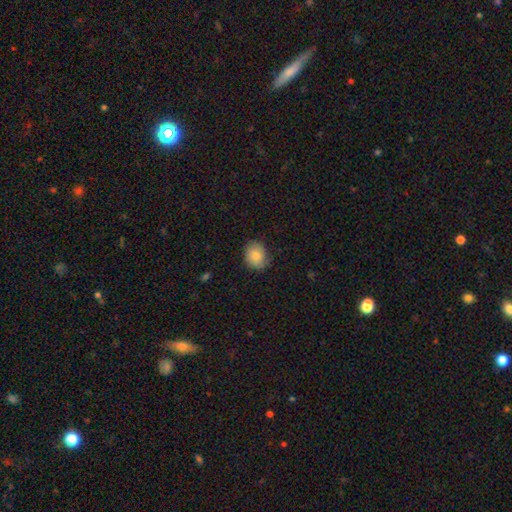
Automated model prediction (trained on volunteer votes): Overall: smooth (80%). How rounded: round (68%; in between 31%). Merging: none (80%).